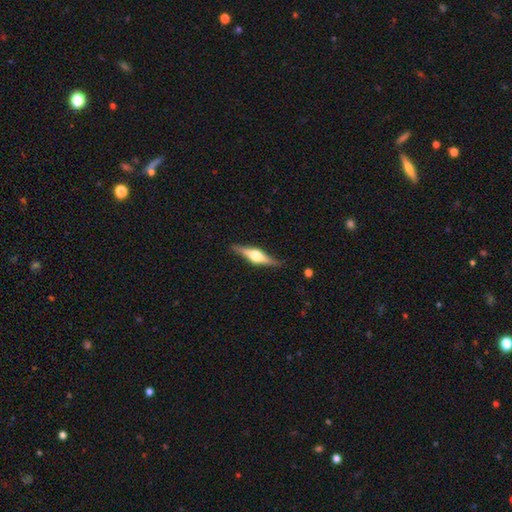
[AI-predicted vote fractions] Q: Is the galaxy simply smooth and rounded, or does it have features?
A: featured or disk — 76%.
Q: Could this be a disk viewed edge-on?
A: yes — 97%.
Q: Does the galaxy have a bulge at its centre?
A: rounded — 92%.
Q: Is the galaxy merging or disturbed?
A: none — 87%.